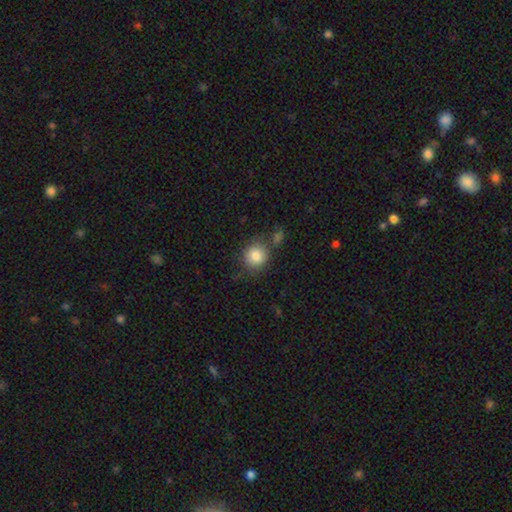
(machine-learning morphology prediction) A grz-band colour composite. It shows a smooth galaxy with no disk features (85%) that is round (87%). Merging: none (65%).